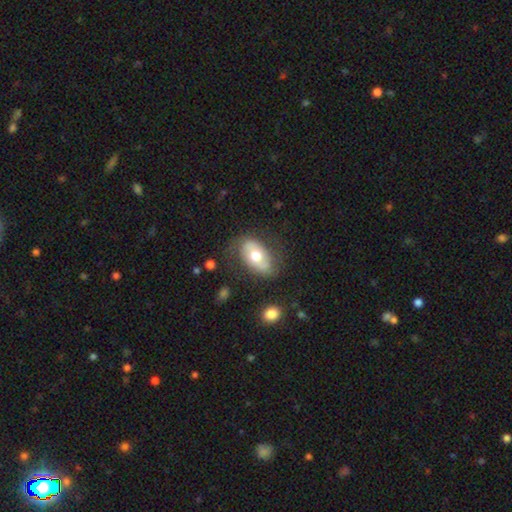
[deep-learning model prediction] smooth-or-featured: smooth: 49% | featured or disk: 45% | star or artifact: 6%
  merging: none: 71% | minor disturbance: 19% | major disturbance: 8% | merger: 2%